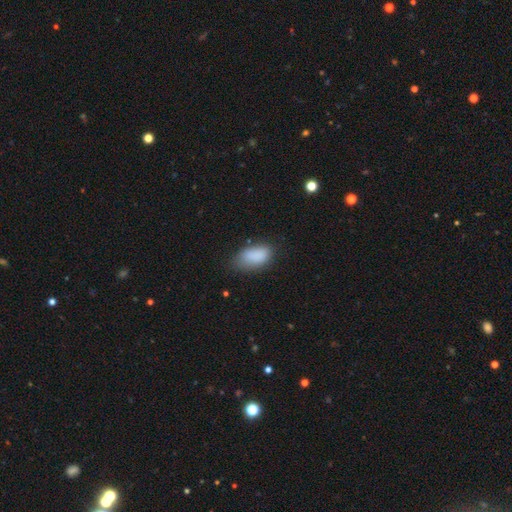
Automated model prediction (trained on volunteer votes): Smooth or featured?
  - smooth: 86% *
  - star or artifact: 8%
  - featured or disk: 6%
How rounded?
  - in between: 93% *
  - round: 4%
  - cigar-shaped: 3%
Merging?
  - none: 63% *
  - minor disturbance: 28%
  - major disturbance: 7%
  - merger: 2%